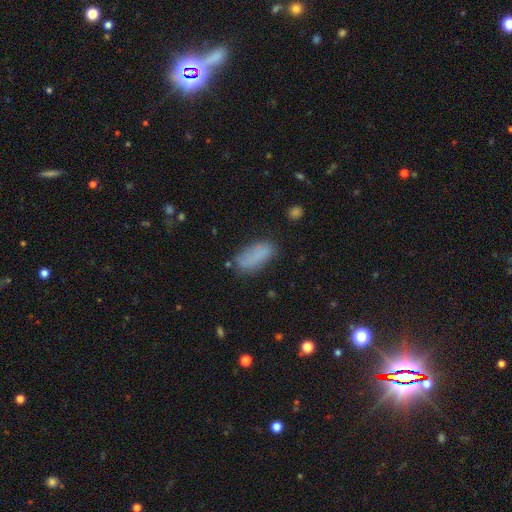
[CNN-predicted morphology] Overall: smooth (79%). How rounded: in between (81%). Merging: none (66%).